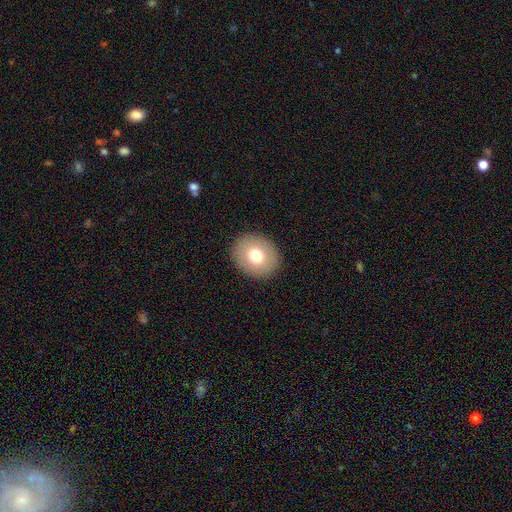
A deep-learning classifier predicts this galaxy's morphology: This appears to be a smooth galaxy with no disk features (73%) that is round (67%). Merging: none (90%).